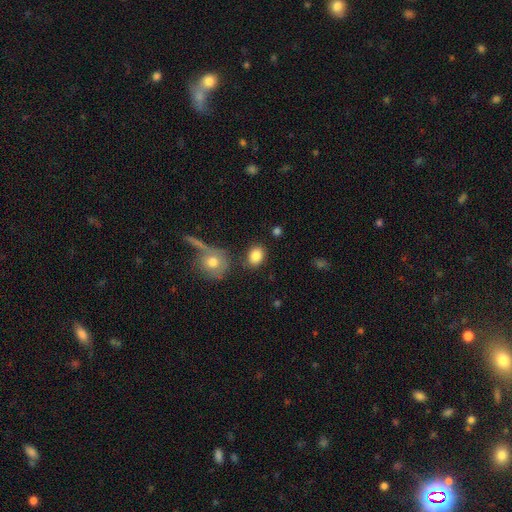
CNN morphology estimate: Smooth or featured? Predicted: smooth (p=0.85). How rounded? Predicted: in between (p=0.52). Merging? Predicted: none (p=0.78).